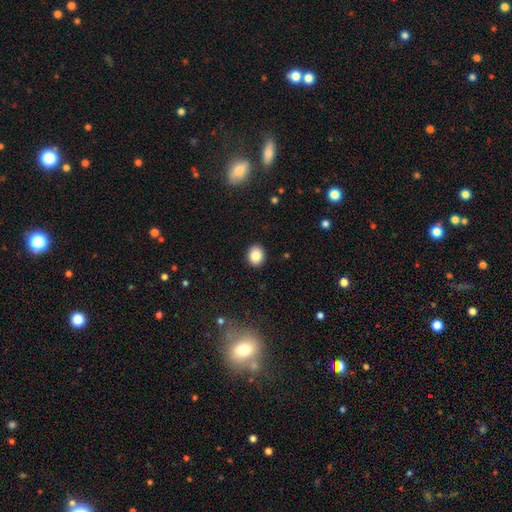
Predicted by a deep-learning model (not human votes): smooth-or-featured: smooth: 84% | star or artifact: 10% | featured or disk: 6%
  how-rounded: round: 66% | in between: 33% | cigar-shaped: 1%
  merging: none: 91% | minor disturbance: 6% | major disturbance: 2% | merger: 1%